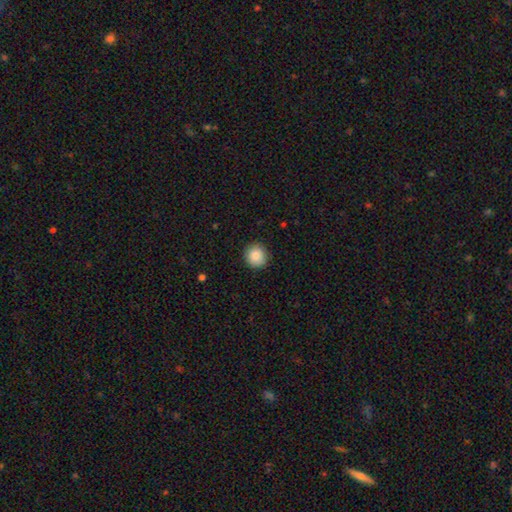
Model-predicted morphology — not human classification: Smooth or featured: smooth — 87% (star or artifact — 8%)
How rounded: round — 90% (in between — 9%)
Merging: none — 90% (minor disturbance — 7%)